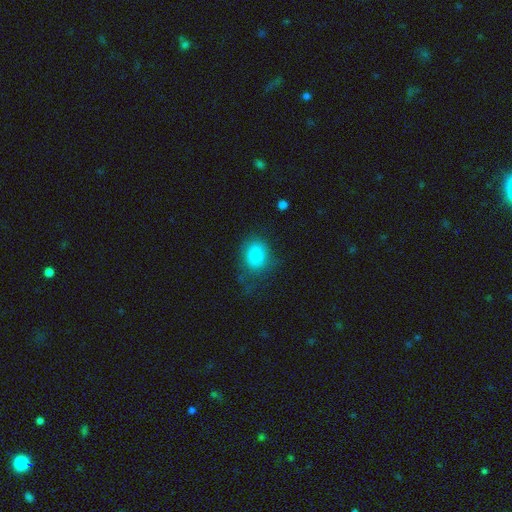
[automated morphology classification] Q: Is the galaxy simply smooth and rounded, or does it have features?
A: smooth — 84%.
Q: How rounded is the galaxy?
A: in between — 60%.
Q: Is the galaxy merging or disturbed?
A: none — 53%.